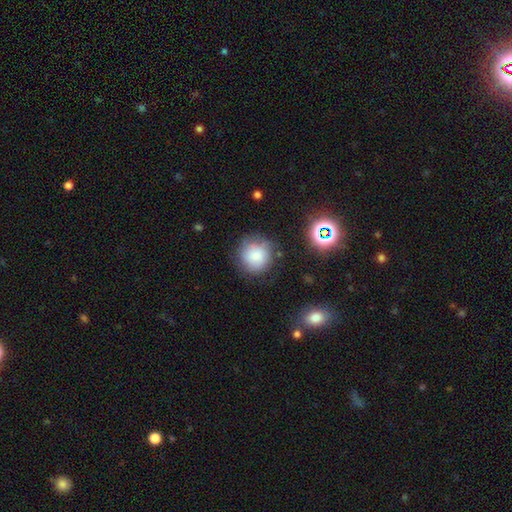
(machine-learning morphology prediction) Smooth or featured?
  - smooth: 74% *
  - featured or disk: 14%
  - star or artifact: 12%
How rounded?
  - round: 91% *
  - in between: 8%
  - cigar-shaped: 1%
Merging?
  - none: 73% *
  - minor disturbance: 17%
  - major disturbance: 6%
  - merger: 3%